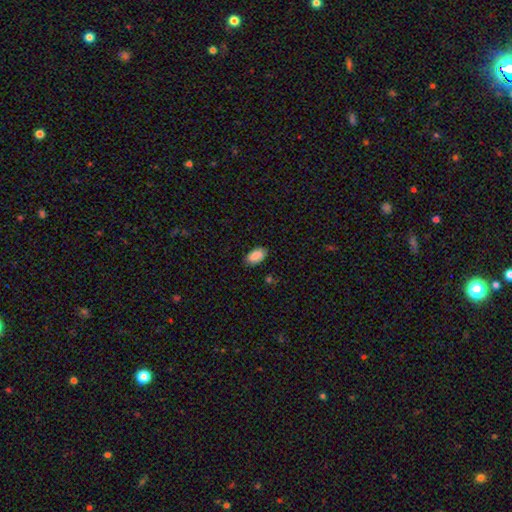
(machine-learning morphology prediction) Overall: smooth (87%). How rounded: in between (95%). Merging: none (86%).